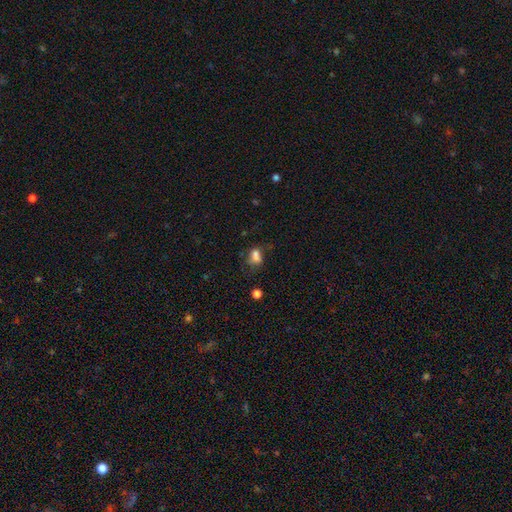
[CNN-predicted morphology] Smooth or featured: smooth — 69% (star or artifact — 16%)
How rounded: in between — 68% (round — 30%)
Merging: none — 36% (minor disturbance — 24%)